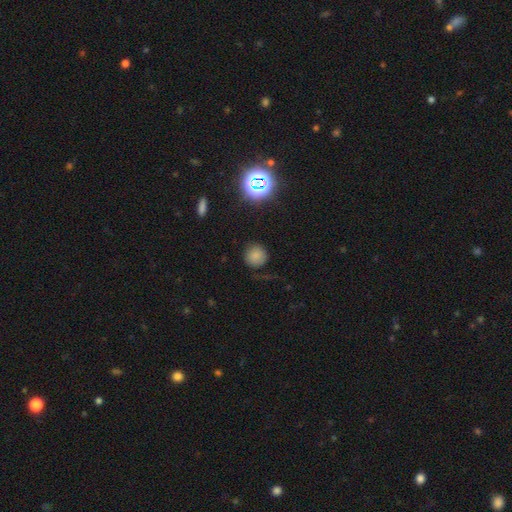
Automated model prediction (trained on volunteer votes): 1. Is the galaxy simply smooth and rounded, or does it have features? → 75% smooth, 18% star or artifact, 8% featured or disk.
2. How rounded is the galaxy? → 92% round, 7% in between, 1% cigar-shaped.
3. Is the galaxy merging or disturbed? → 81% none, 13% minor disturbance, 5% major disturbance, 2% merger.